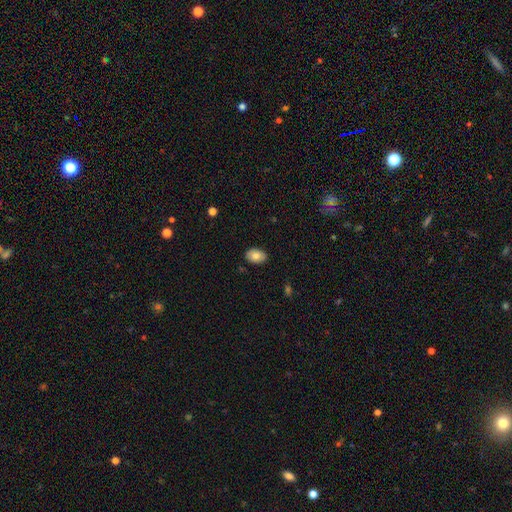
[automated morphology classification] type=smooth (78%); roundness=in between (87%); merging=none (87%).